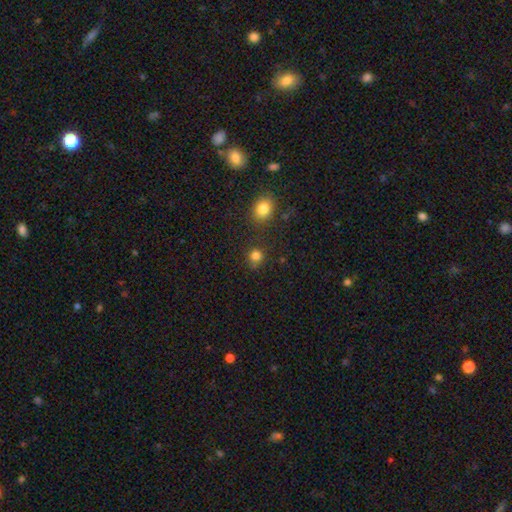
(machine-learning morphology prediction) smooth-or-featured: smooth: 80% | star or artifact: 15% | featured or disk: 5%
  how-rounded: round: 87% | in between: 12% | cigar-shaped: 1%
  merging: none: 78% | minor disturbance: 11% | merger: 6% | major disturbance: 4%